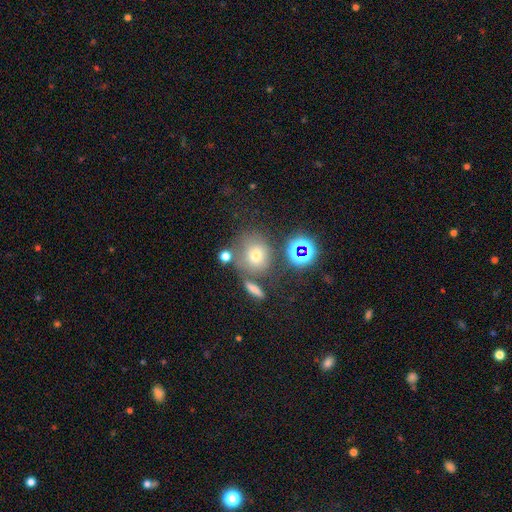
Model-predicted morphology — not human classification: Smooth or featured: smooth — 64% (star or artifact — 22%)
How rounded: round — 76% (in between — 22%)
Merging: none — 62% (merger — 16%)